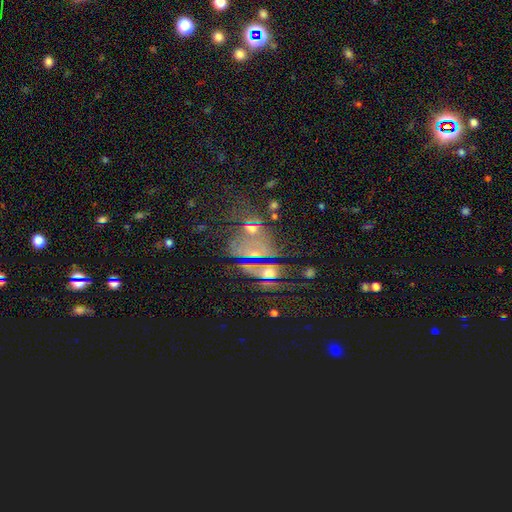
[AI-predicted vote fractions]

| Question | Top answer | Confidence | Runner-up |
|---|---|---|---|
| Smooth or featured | star or artifact | 53% | featured or disk (27%) |